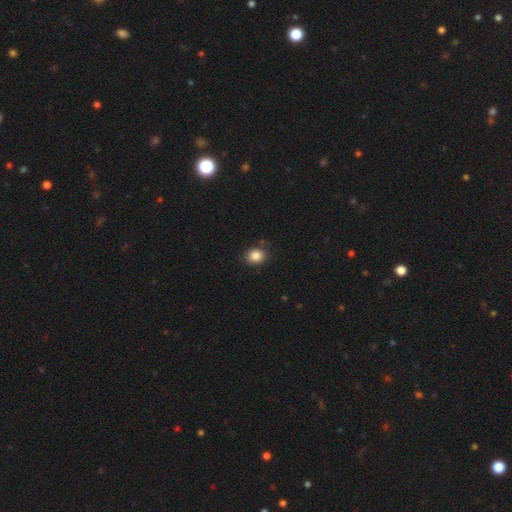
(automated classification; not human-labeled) Smooth or featured?
  - smooth: 86% *
  - star or artifact: 10%
  - featured or disk: 4%
How rounded?
  - round: 58% *
  - in between: 41%
  - cigar-shaped: 1%
Merging?
  - none: 84% *
  - minor disturbance: 11%
  - major disturbance: 3%
  - merger: 2%